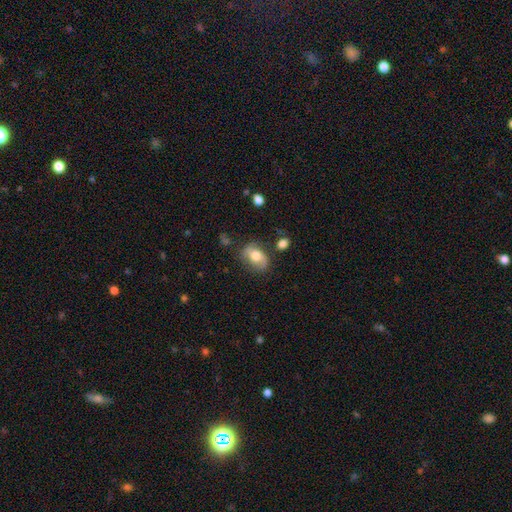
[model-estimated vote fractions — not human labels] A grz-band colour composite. It shows a smooth galaxy with no disk features (48%). Merging: none (62%).